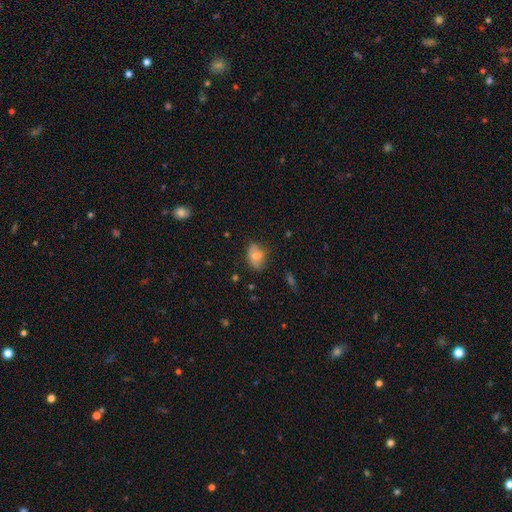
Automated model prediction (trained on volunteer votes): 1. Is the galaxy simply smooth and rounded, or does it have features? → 72% smooth, 18% featured or disk, 10% star or artifact.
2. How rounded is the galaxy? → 79% in between, 19% round, 2% cigar-shaped.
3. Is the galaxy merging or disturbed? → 60% none, 27% minor disturbance, 8% major disturbance, 4% merger.